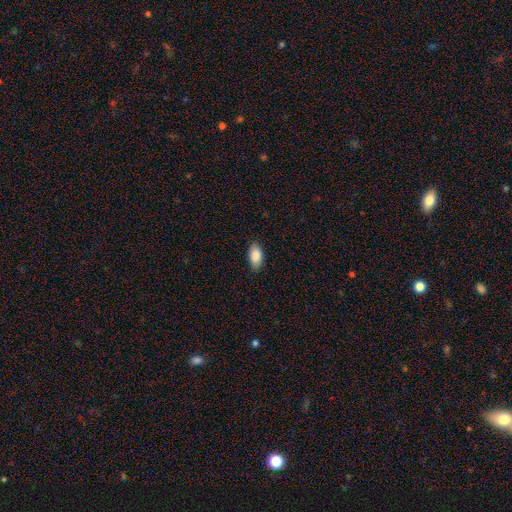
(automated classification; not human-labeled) Smooth or featured? Predicted: smooth (p=0.88). How rounded? Predicted: in between (p=0.93). Merging? Predicted: none (p=0.85).